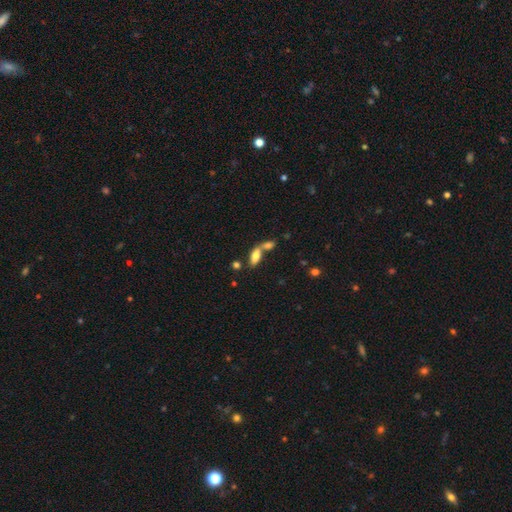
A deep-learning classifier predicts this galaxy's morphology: Smooth or featured: smooth — 76% (featured or disk — 15%)
How rounded: in between — 82% (cigar-shaped — 14%)
Merging: merger — 55% (none — 32%)